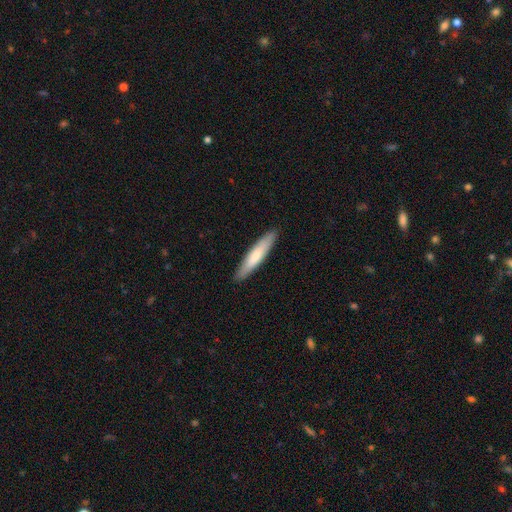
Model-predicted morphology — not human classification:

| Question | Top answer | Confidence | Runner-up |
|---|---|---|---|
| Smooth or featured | smooth | 72% | featured or disk (23%) |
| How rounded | cigar-shaped | 89% | in between (10%) |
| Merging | none | 91% | minor disturbance (7%) |